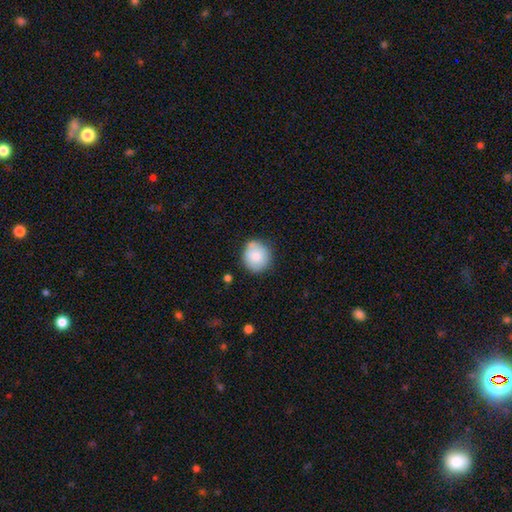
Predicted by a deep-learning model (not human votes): Smooth or featured? Predicted: smooth (p=0.83). How rounded? Predicted: round (p=0.85). Merging? Predicted: none (p=0.75).